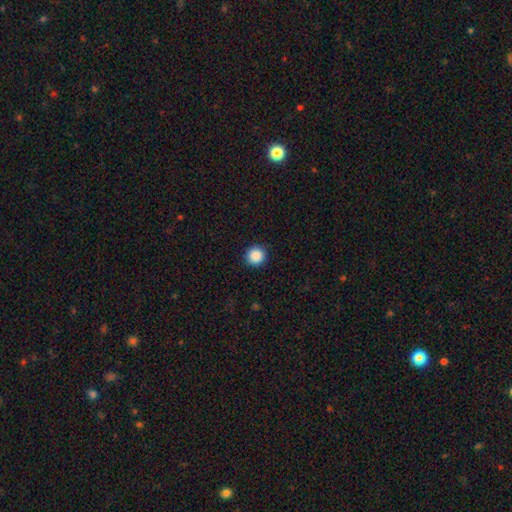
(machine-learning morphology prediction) Q: Smooth or featured?
A: smooth (88%); runner-up: star or artifact (9%)
Q: How rounded?
A: round (95%); runner-up: in between (5%)
Q: Merging?
A: none (92%); runner-up: minor disturbance (5%)